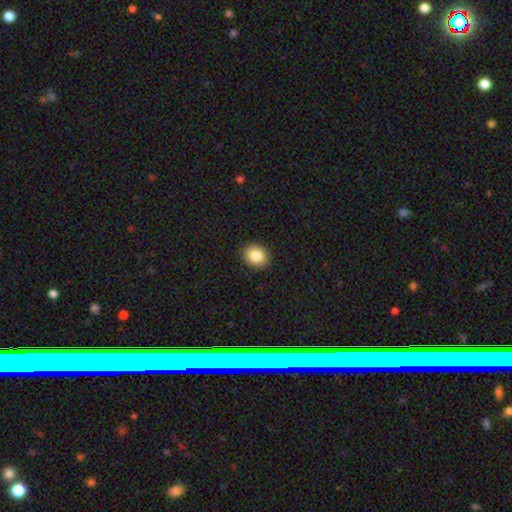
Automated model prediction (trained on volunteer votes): This is clearly a smooth galaxy (83%). How rounded: possibly round (58%). Merging: clearly none (91%).